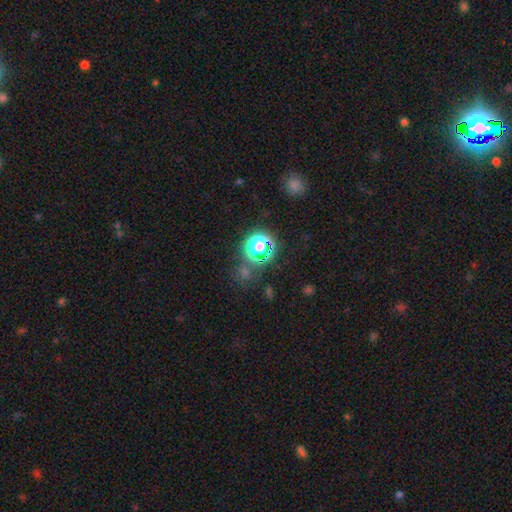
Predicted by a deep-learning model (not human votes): The model was most divided on "smooth or featured": star or artifact: 64%, smooth: 28%, featured or disk: 8%.